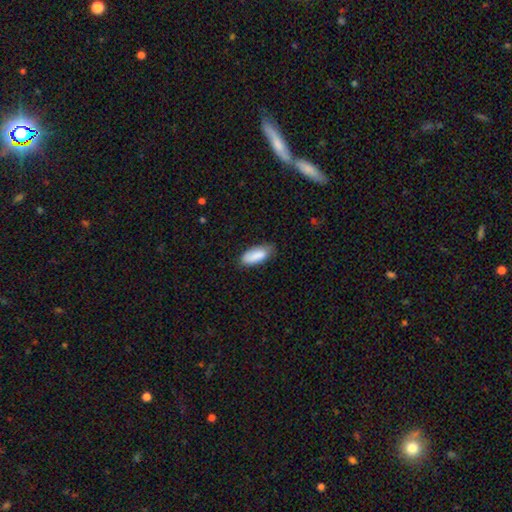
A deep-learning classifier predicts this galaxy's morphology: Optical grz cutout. It shows a smooth galaxy with no disk features (86%) that is in between round and cigar-shaped (85%). Merging: none (68%).